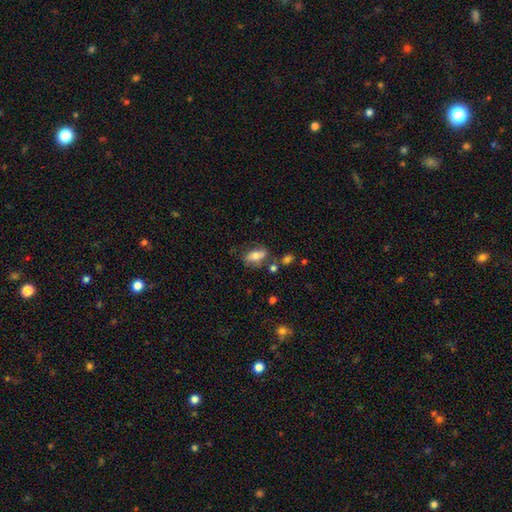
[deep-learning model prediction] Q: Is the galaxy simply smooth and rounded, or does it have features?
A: smooth — 61%.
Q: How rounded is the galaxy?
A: in between — 82%.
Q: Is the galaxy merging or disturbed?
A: none — 65%.